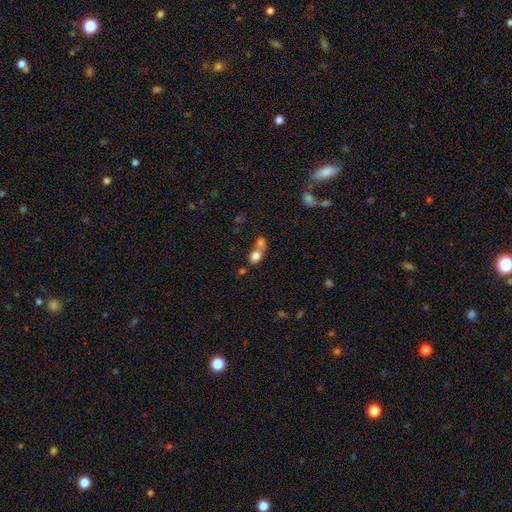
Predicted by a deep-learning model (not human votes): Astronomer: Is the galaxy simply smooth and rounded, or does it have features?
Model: smooth — 76%.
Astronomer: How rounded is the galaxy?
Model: round — 55% (runner-up: in between, 43%).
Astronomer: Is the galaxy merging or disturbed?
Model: merger — 66%.